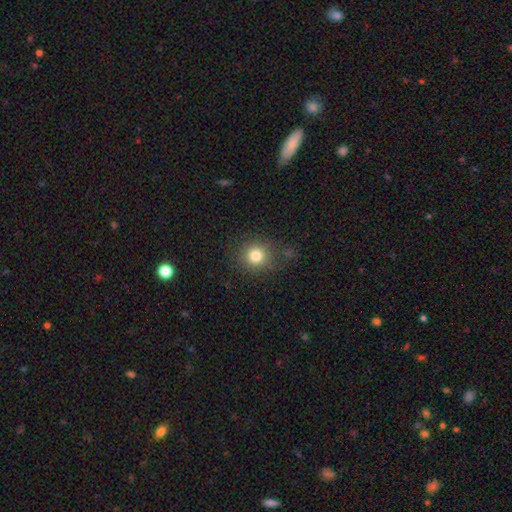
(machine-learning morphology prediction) Q: Smooth or featured?
A: smooth (81%); runner-up: star or artifact (12%)
Q: How rounded?
A: round (86%); runner-up: in between (13%)
Q: Merging?
A: none (81%); runner-up: minor disturbance (11%)